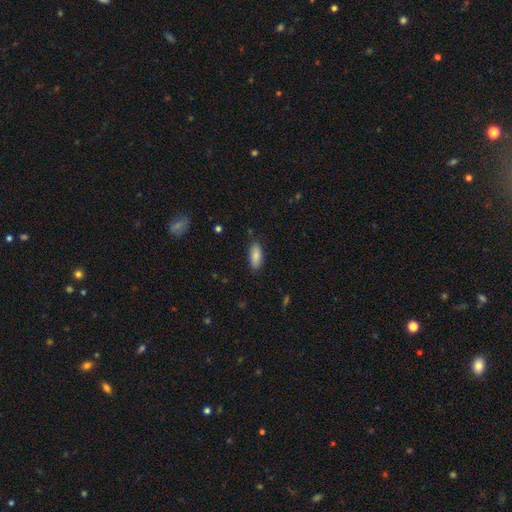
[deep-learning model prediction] smooth 87%, star or artifact 6%, featured or disk 6%. Down the decision tree: how rounded — in between (84%); merging — none (85%).